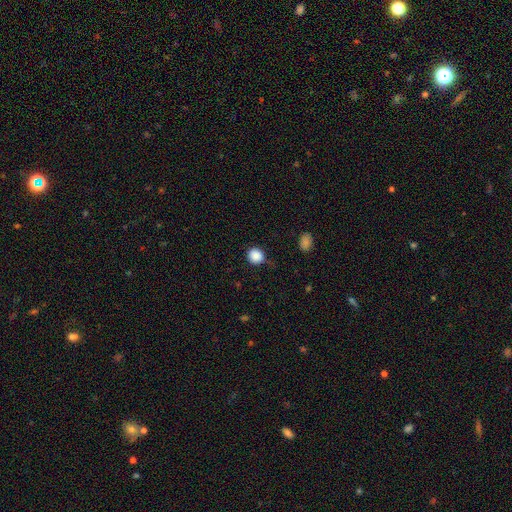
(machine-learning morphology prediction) smooth-or-featured: smooth: 88% | star or artifact: 9% | featured or disk: 3%
  how-rounded: round: 89% | in between: 10% | cigar-shaped: 1%
  merging: none: 79% | minor disturbance: 16% | major disturbance: 4% | merger: 2%